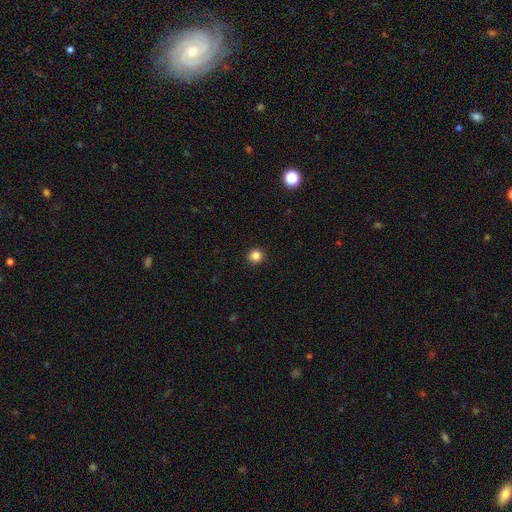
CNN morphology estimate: smooth 85%, star or artifact 11%, featured or disk 4%. Down the decision tree: how rounded — round (94%); merging — none (93%).